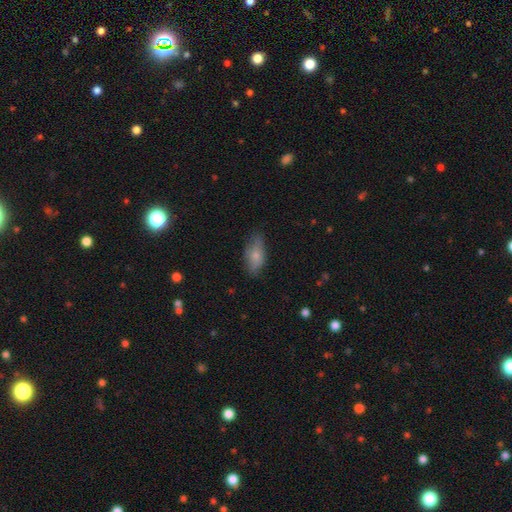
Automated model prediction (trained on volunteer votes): Morphology: type=smooth (72%); roundness=in between (83%); merging=none (70%).